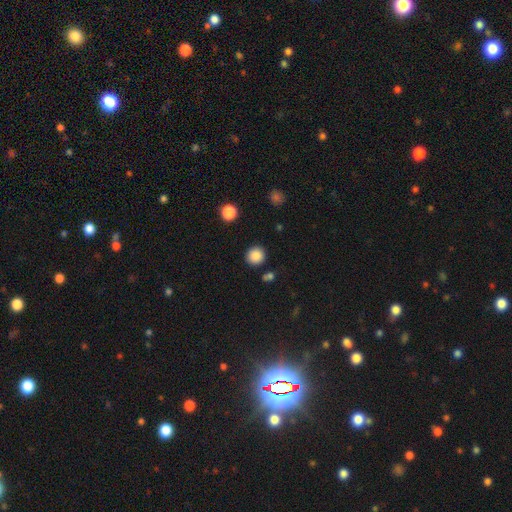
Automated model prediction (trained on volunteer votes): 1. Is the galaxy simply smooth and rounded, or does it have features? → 87% smooth, 10% star or artifact, 3% featured or disk.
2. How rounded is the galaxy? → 92% round, 7% in between, 1% cigar-shaped.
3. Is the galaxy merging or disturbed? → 87% none, 7% minor disturbance, 3% merger, 2% major disturbance.